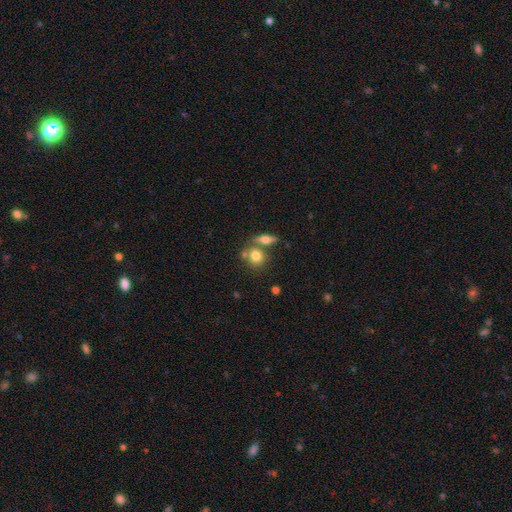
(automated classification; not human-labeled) A smooth galaxy with no disk features (76%) that is round (70%).

Vote fractions:
- Smooth or featured? smooth: 76% / featured or disk: 15% / star or artifact: 9%
- How rounded? round: 70% / in between: 27% / cigar-shaped: 3%
- Merging? none: 54% / merger: 32% / minor disturbance: 10% / major disturbance: 4%